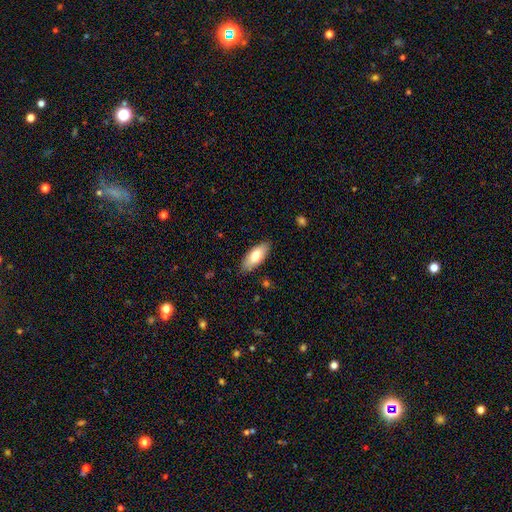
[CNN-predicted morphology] A smooth galaxy with no disk features (77%) that is in between round and cigar-shaped (83%). Merging: none (85%).